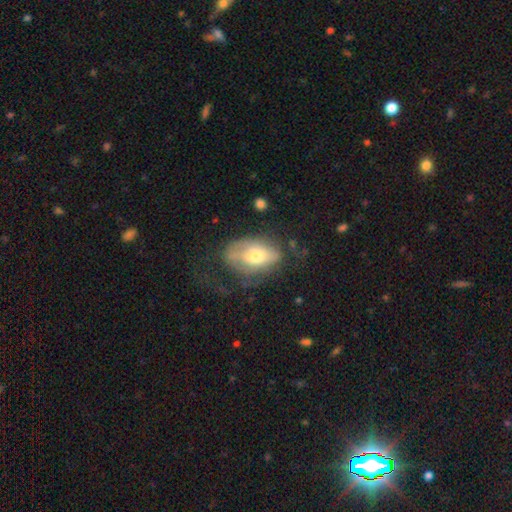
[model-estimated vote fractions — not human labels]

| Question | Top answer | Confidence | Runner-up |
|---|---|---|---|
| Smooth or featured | smooth | 52% | featured or disk (41%) |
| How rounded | in between | 89% | round (9%) |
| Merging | none | 43% | minor disturbance (28%) |